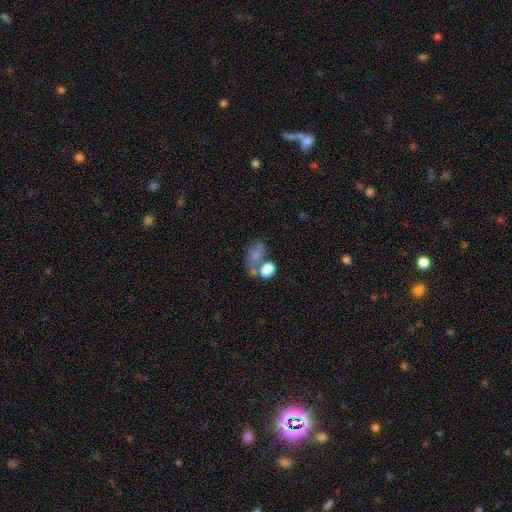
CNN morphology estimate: A smooth galaxy with no disk features (67%) that is in between round and cigar-shaped (83%). Merging: merger (42%).